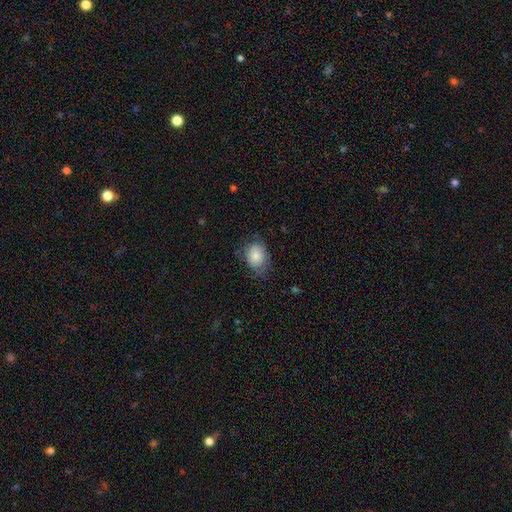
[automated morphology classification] Smooth or featured? smooth (77%)
How rounded? in between (62%)
Merging? none (59%)